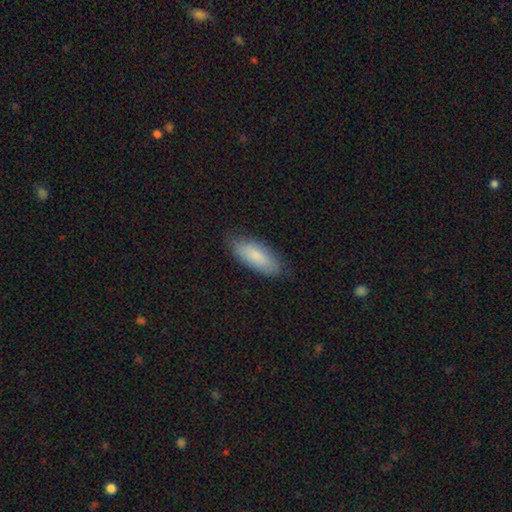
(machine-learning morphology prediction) Q: Smooth or featured?
A: smooth (82%); runner-up: featured or disk (12%)
Q: How rounded?
A: in between (77%); runner-up: cigar-shaped (21%)
Q: Merging?
A: none (81%); runner-up: minor disturbance (15%)